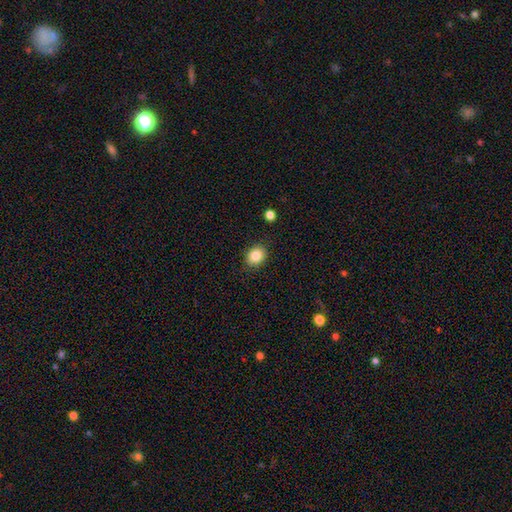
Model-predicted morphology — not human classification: type=smooth (84%); roundness=round (51%); merging=none (87%).